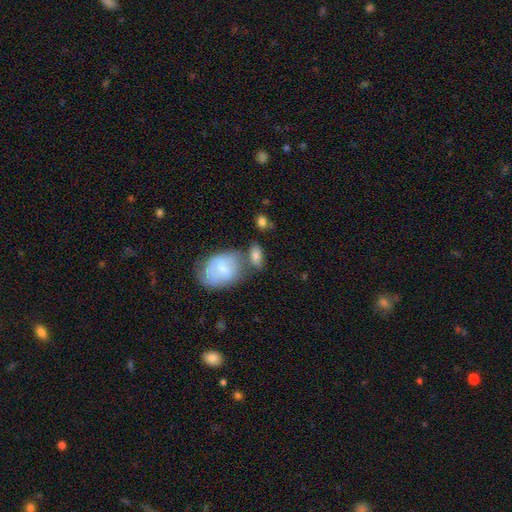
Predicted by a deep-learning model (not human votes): Smooth or featured? Predicted: smooth (p=0.70). How rounded? Predicted: in between (p=0.85). Merging? Predicted: none (p=0.45).